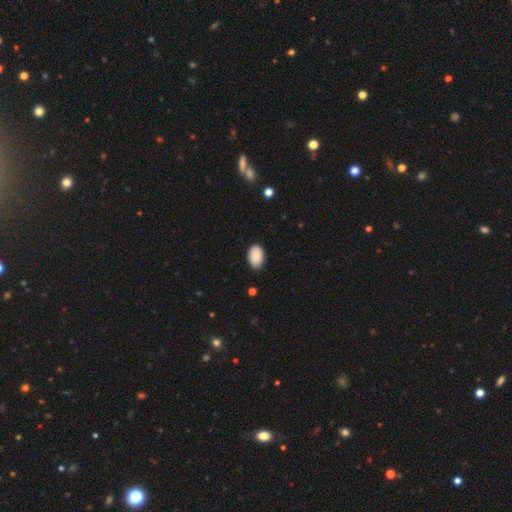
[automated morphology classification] The model was most divided on "merging": none: 80%, minor disturbance: 16%, major disturbance: 2%, merger: 1%. More confident: how rounded — in between (91%); smooth or featured — smooth (88%).